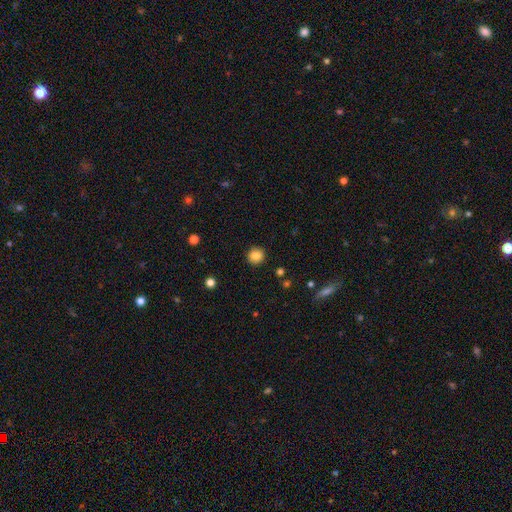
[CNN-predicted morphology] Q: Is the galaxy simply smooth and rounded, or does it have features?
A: smooth — 85%.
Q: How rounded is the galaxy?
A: round — 89%.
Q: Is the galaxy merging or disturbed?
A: none — 90%.